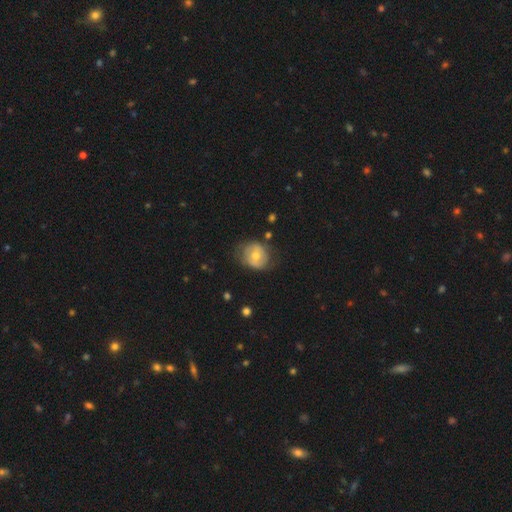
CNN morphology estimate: This appears to be a smooth galaxy with no disk features (51%) that is round (66%). Merging: none (61%).